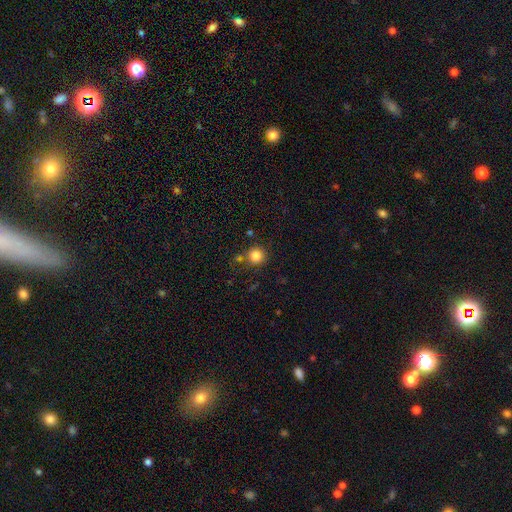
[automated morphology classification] smooth-or-featured: smooth: 84% | star or artifact: 11% | featured or disk: 5%
  how-rounded: round: 92% | in between: 7% | cigar-shaped: 1%
  merging: none: 77% | minor disturbance: 11% | merger: 9% | major disturbance: 3%